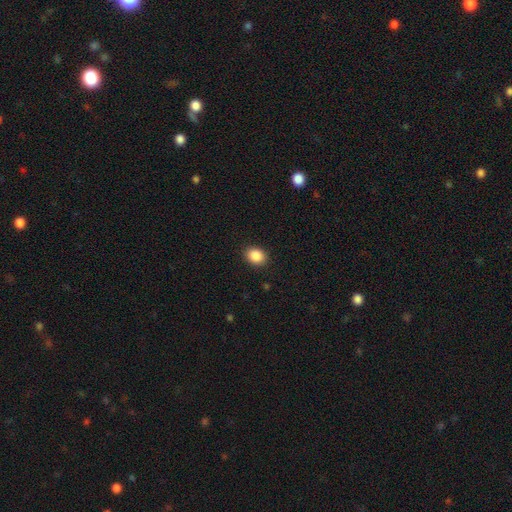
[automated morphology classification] This appears to be a smooth galaxy with no disk features (88%) that is round (53%). Merging: none (90%).